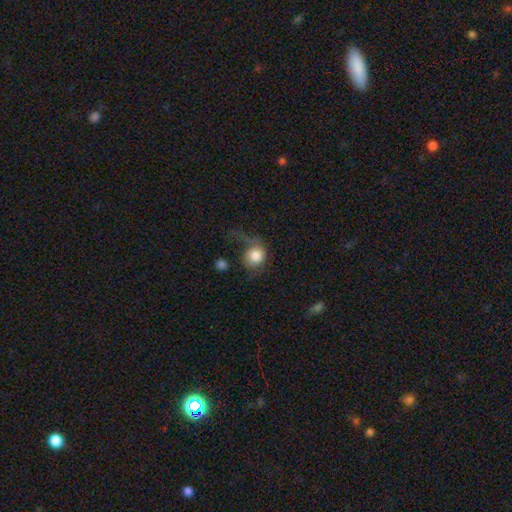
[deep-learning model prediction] Smooth or featured? Predicted: smooth (p=0.77). How rounded? Predicted: round (p=0.76). Merging? Predicted: major disturbance (p=0.42).